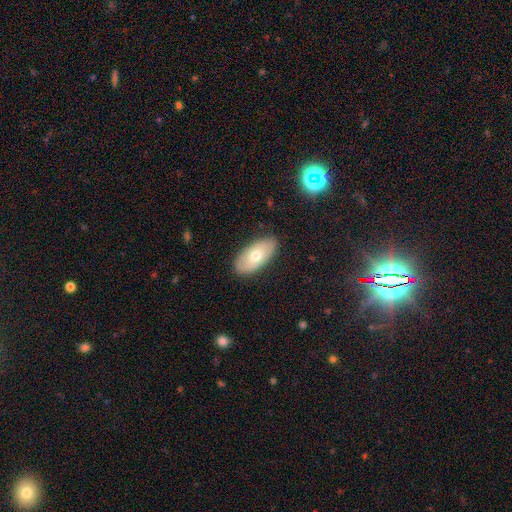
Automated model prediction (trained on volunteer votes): A smooth galaxy with no disk features (68%) that is in between round and cigar-shaped (93%). Merging: none (86%).